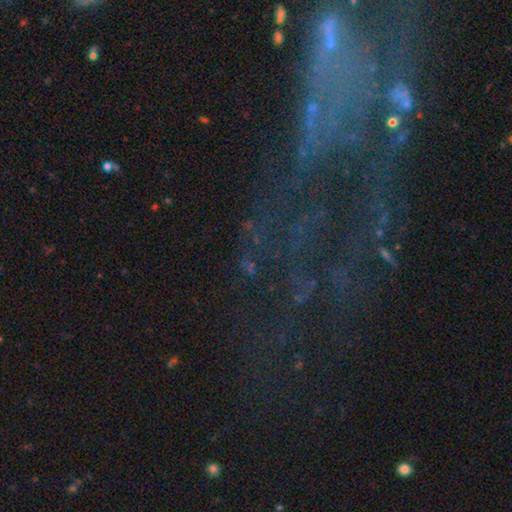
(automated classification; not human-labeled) smooth_or_featured: star or artifact (p=0.54) [alt: featured or disk p=0.31]